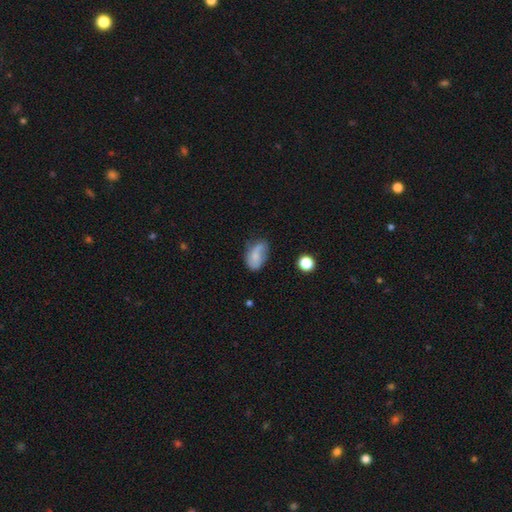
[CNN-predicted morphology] Smooth or featured: smooth — 60% (featured or disk — 31%)
How rounded: in between — 89% (round — 9%)
Merging: none — 45% (minor disturbance — 33%)